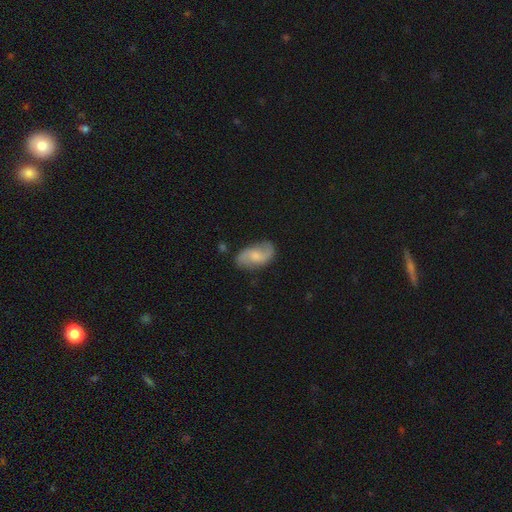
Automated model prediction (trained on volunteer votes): This appears to be a featured or disk galaxy (69%) with no bar (48%), 2 (91%) loose (58%) spiral arms (94%) and a small central bulge (40%). Merging: none (78%).